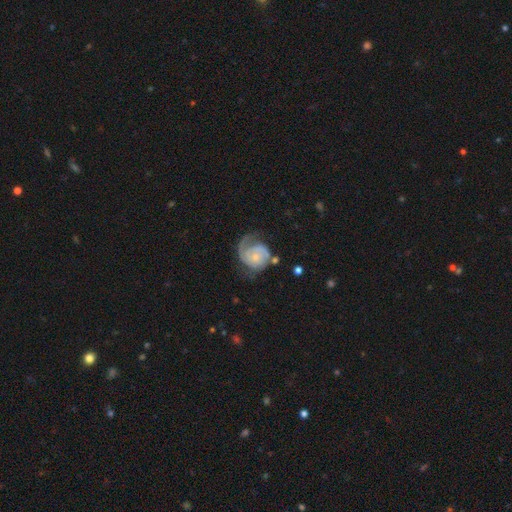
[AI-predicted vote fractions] Q: Smooth or featured?
A: featured or disk (77%); runner-up: smooth (17%)
Q: Edge-on disk?
A: no (98%); runner-up: yes (2%)
Q: Bar?
A: no (75%); runner-up: weak (22%)
Q: Spiral arms?
A: yes (92%); runner-up: no (8%)
Q: Spiral winding?
A: tight (45%); runner-up: medium (35%)
Q: Spiral arm count?
A: 2 (40%); runner-up: 1 (37%)
Q: Bulge size?
A: small (67%); runner-up: moderate (24%)
Q: Merging?
A: none (44%); runner-up: major disturbance (28%)